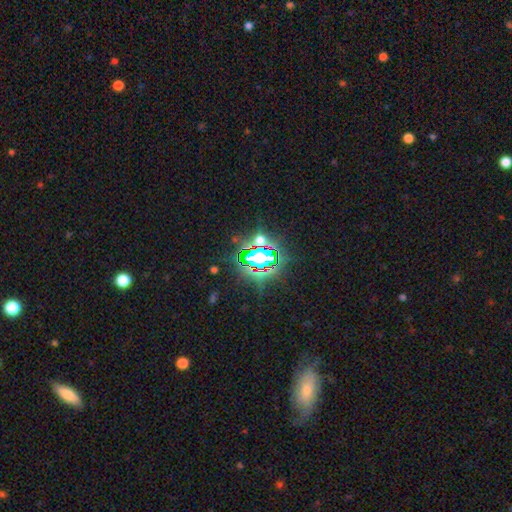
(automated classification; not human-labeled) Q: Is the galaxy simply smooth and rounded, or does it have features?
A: star or artifact — 73%.